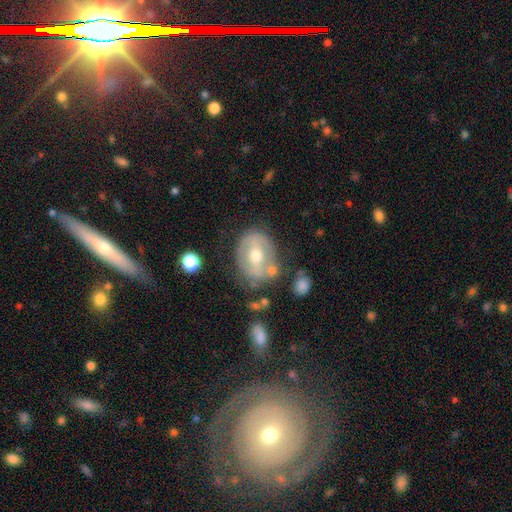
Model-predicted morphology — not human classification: A featured or disk galaxy (62%) with a strong bar (38%), no spiral arms (63%) and a moderate central bulge (68%). Merging: none (65%).